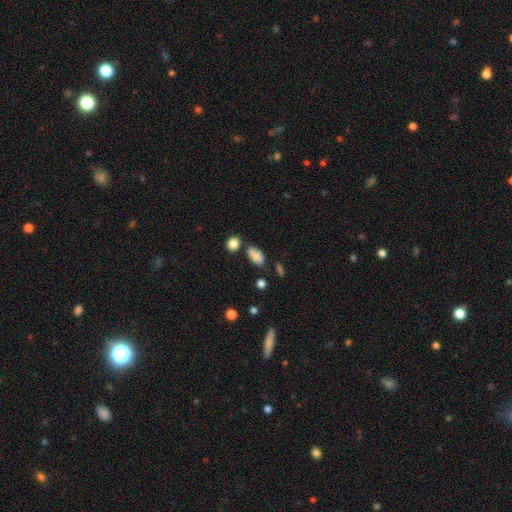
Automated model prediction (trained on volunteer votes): Smooth or featured? smooth (84%)
How rounded? in between (89%)
Merging? none (68%)